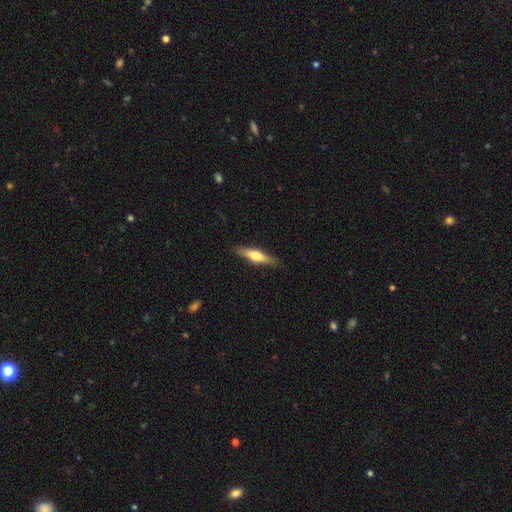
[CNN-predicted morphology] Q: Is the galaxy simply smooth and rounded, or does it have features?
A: smooth — 51%.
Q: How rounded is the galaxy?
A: cigar-shaped — 77%.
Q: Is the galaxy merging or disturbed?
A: none — 88%.